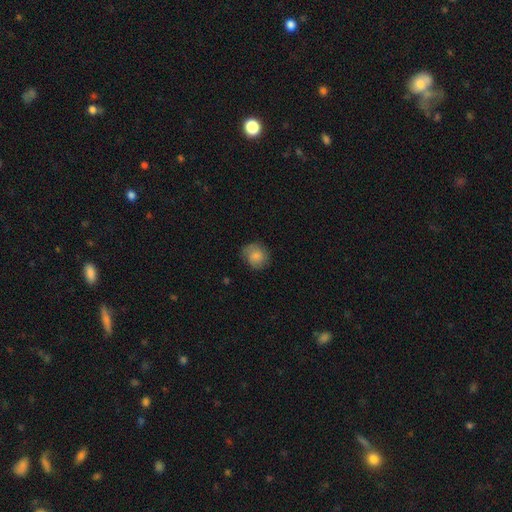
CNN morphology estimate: type=smooth (76%); roundness=round (76%); merging=none (71%).